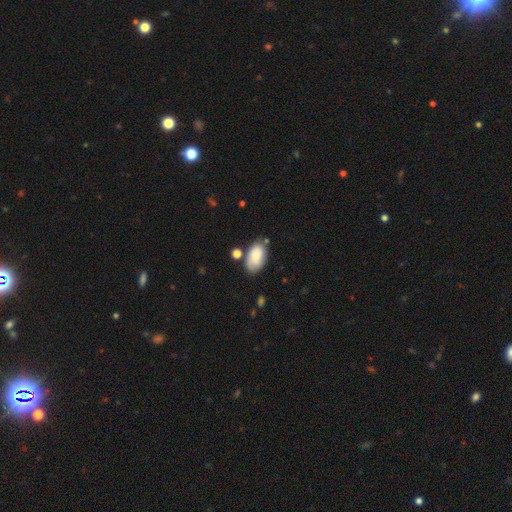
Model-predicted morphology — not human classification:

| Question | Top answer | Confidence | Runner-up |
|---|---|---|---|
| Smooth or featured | smooth | 76% | featured or disk (17%) |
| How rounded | in between | 94% | round (4%) |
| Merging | none | 64% | minor disturbance (21%) |